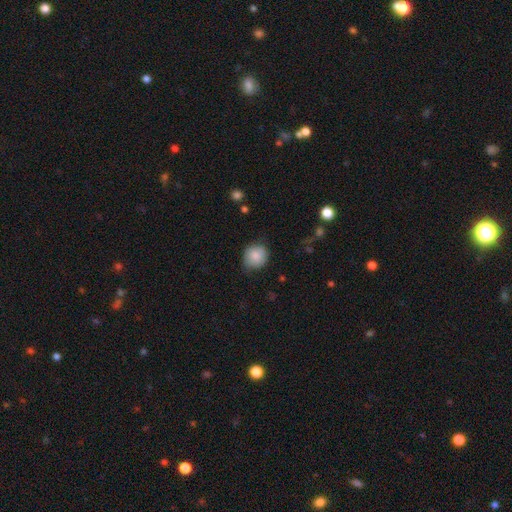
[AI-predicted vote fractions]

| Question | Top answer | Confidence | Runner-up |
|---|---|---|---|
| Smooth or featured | smooth | 86% | star or artifact (8%) |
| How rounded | round | 82% | in between (17%) |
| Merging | none | 76% | minor disturbance (19%) |